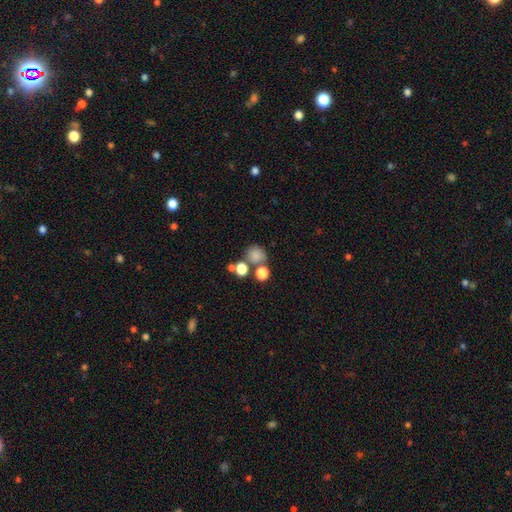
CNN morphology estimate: Q: Smooth or featured?
A: smooth (77%); runner-up: star or artifact (14%)
Q: How rounded?
A: round (84%); runner-up: in between (15%)
Q: Merging?
A: none (59%); runner-up: merger (27%)